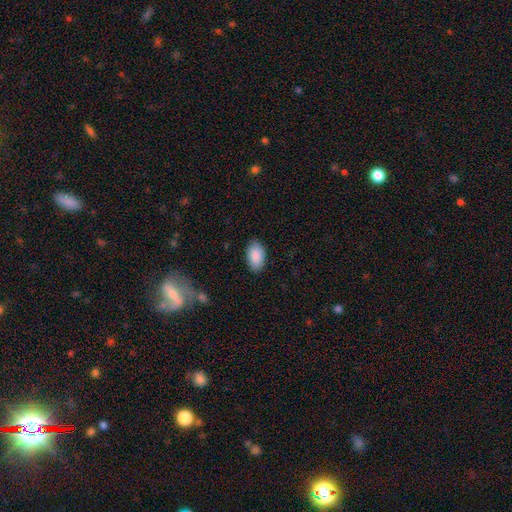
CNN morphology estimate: A smooth galaxy with no disk features (89%) that is in between round and cigar-shaped (94%). Merging: none (86%).